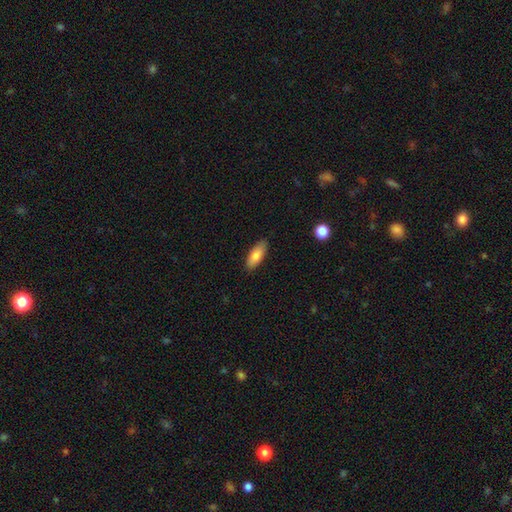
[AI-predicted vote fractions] A smooth galaxy with no disk features (80%) that is in between round and cigar-shaped (76%). Merging: none (87%).